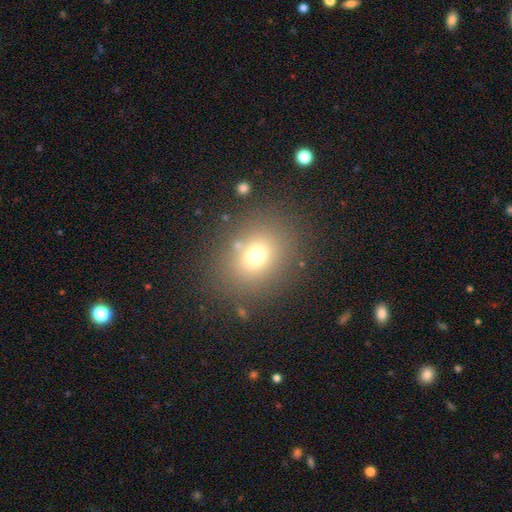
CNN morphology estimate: This is likely a smooth galaxy (69%). How rounded: possibly round (59%). Merging: clearly none (81%).